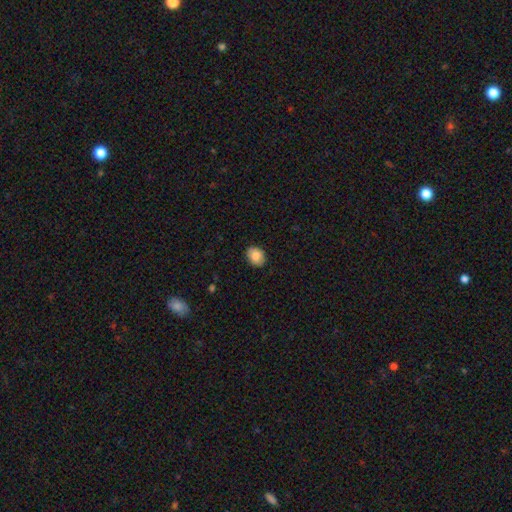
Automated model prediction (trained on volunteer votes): smooth_or_featured: smooth (p=0.83) [alt: featured or disk p=0.09]
how_rounded: in between (p=0.56) [alt: round p=0.43]
merging: none (p=0.87) [alt: minor disturbance p=0.10]